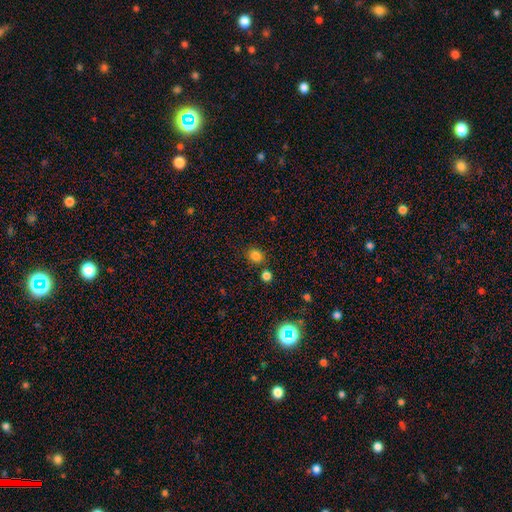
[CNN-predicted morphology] This appears to be a smooth galaxy with no disk features (82%) that is round (70%). Merging: none (79%).